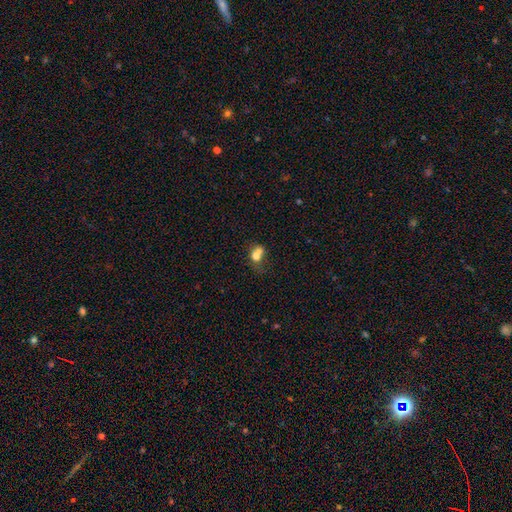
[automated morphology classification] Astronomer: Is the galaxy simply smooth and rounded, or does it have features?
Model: smooth — 68%.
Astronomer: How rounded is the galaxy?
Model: round — 56% (runner-up: in between, 42%).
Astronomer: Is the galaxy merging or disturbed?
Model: merger — 66%.